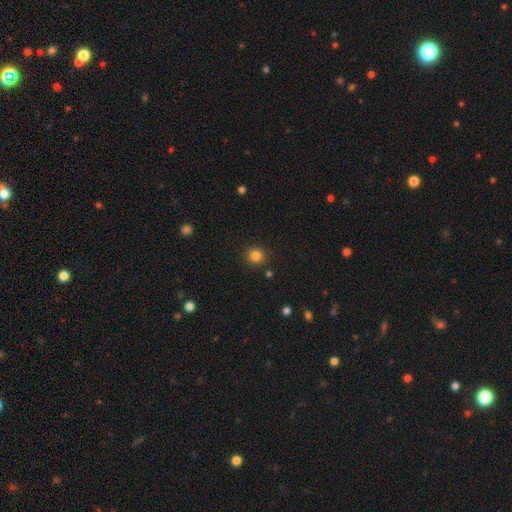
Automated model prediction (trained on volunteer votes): smooth 83%, star or artifact 13%, featured or disk 4%. Down the decision tree: how rounded — round (87%); merging — none (89%).